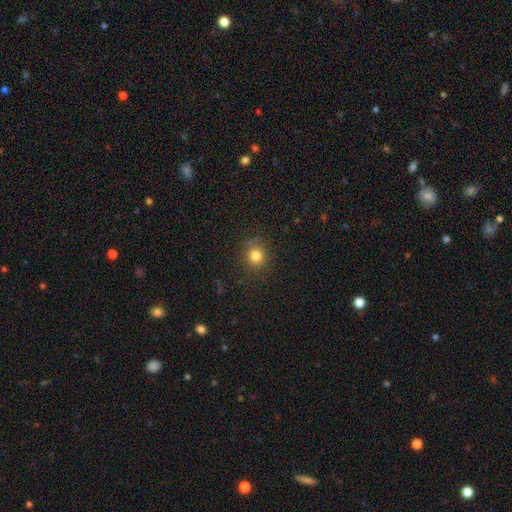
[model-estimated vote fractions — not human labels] A smooth galaxy with no disk features (81%) that is round (90%).

Vote fractions:
- Smooth or featured? smooth: 81% / star or artifact: 13% / featured or disk: 6%
- How rounded? round: 90% / in between: 9% / cigar-shaped: 1%
- Merging? none: 87% / minor disturbance: 8% / major disturbance: 3% / merger: 2%